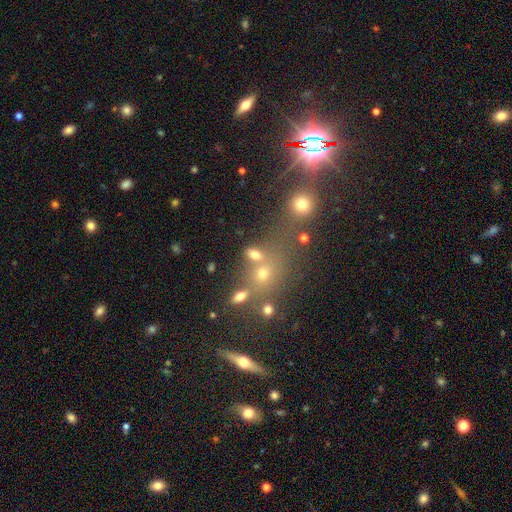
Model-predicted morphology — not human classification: Q: Smooth or featured?
A: smooth (57%); runner-up: star or artifact (29%)
Q: How rounded?
A: round (58%); runner-up: in between (39%)
Q: Merging?
A: none (51%); runner-up: merger (30%)